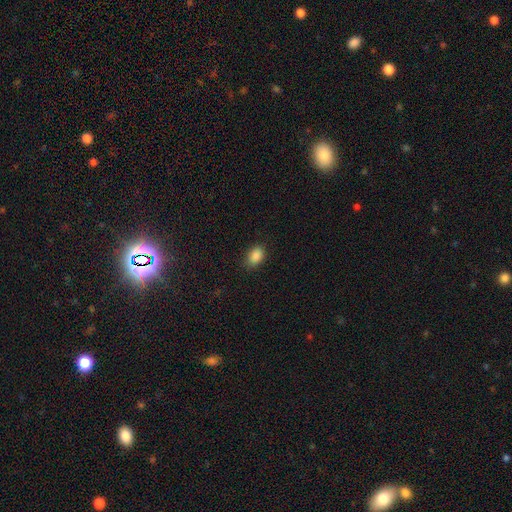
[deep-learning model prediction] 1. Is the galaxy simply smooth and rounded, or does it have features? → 88% smooth, 9% star or artifact, 3% featured or disk.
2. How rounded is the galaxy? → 82% in between, 17% round, 1% cigar-shaped.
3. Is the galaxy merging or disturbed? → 84% none, 13% minor disturbance, 3% major disturbance, 1% merger.